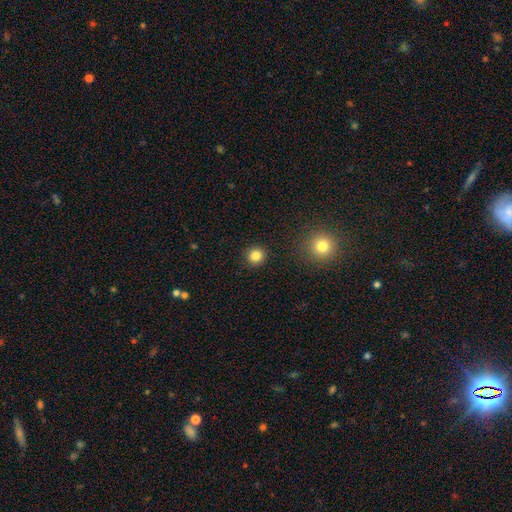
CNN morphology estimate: A smooth galaxy with no disk features (82%) that is round (92%).

Vote fractions:
- Smooth or featured? smooth: 82% / star or artifact: 12% / featured or disk: 5%
- How rounded? round: 92% / in between: 7% / cigar-shaped: 1%
- Merging? none: 91% / minor disturbance: 5% / major disturbance: 2% / merger: 2%